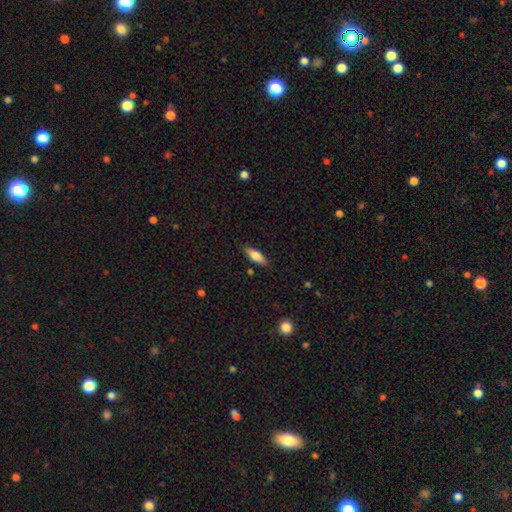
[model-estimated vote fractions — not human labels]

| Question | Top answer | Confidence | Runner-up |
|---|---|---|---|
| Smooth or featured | smooth | 73% | featured or disk (21%) |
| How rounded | in between | 61% | cigar-shaped (37%) |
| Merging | none | 85% | minor disturbance (11%) |